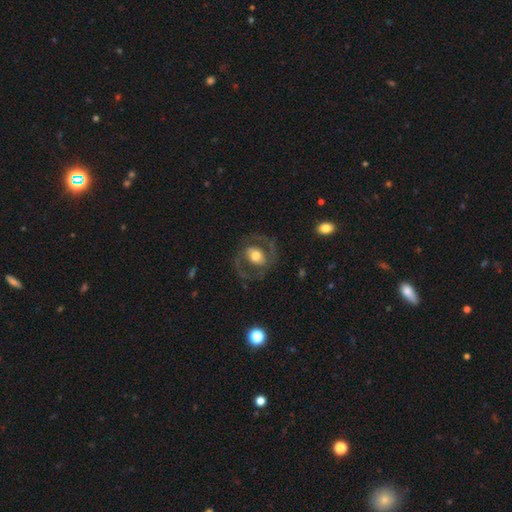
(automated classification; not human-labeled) A featured or disk galaxy (63%) with no bar (57%), spiral arms (53%) and a moderate central bulge (59%). Merging: none (72%).